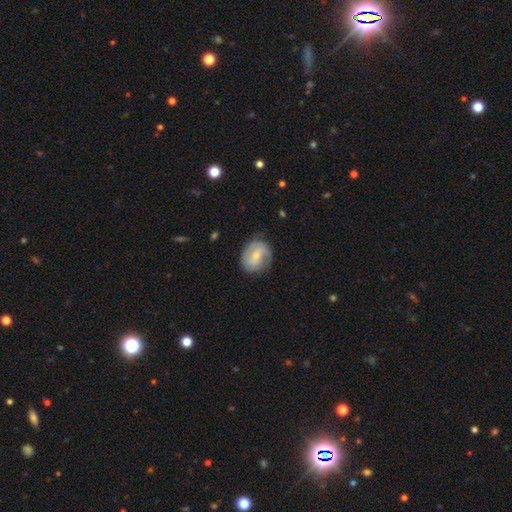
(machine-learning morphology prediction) Smooth or featured: featured or disk — 66% (smooth — 28%)
Edge-on disk: no — 97% (yes — 3%)
Bar: no — 46% (weak — 44%)
Spiral arms: yes — 90% (no — 10%)
Spiral winding: tight — 42% (medium — 41%)
Spiral arm count: 2 — 63% (can't tell — 19%)
Bulge size: small — 62% (moderate — 33%)
Merging: none — 72% (minor disturbance — 20%)